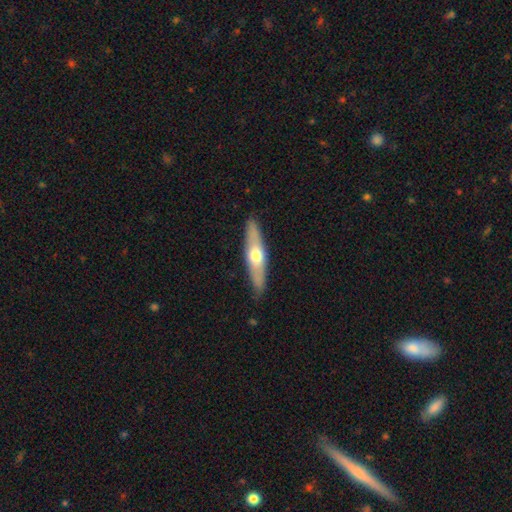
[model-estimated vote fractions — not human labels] smooth-or-featured: featured or disk: 49% | smooth: 46% | star or artifact: 5%
  merging: none: 87% | minor disturbance: 10% | major disturbance: 2% | merger: 1%